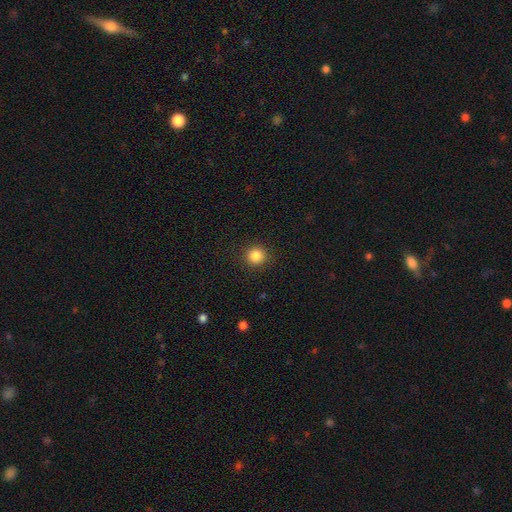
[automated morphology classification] This is clearly a smooth galaxy (85%). How rounded: clearly round (92%). Merging: clearly none (91%).